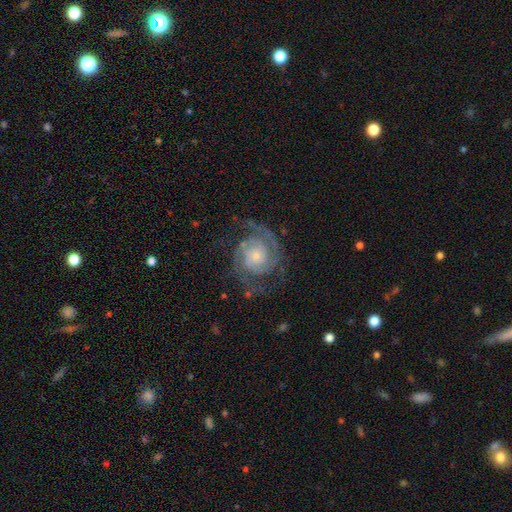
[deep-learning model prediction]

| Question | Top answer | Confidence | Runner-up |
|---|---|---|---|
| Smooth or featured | featured or disk | 87% | smooth (7%) |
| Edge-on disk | no | 98% | yes (2%) |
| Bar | no | 74% | weak (21%) |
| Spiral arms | yes | 97% | no (3%) |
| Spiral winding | tight | 52% | medium (38%) |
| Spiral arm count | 2 | 63% | 3 (14%) |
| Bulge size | small | 69% | moderate (22%) |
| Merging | none | 70% | minor disturbance (16%) |